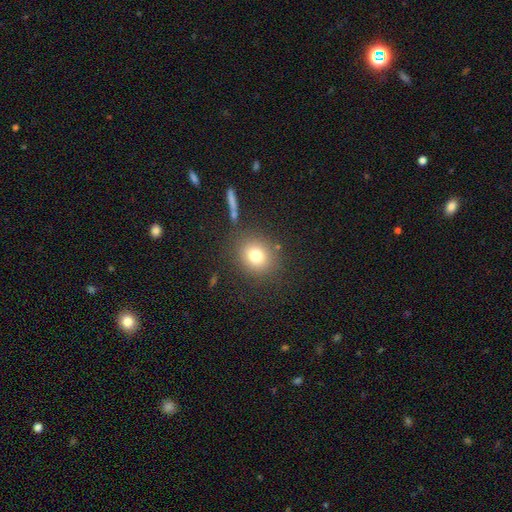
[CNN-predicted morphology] smooth-or-featured: smooth: 76% | star or artifact: 13% | featured or disk: 11%
  how-rounded: round: 76% | in between: 23% | cigar-shaped: 1%
  merging: none: 80% | minor disturbance: 10% | merger: 5% | major disturbance: 5%